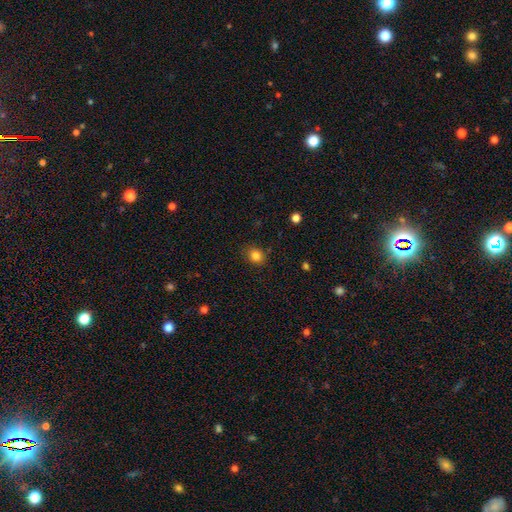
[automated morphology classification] The model was most divided on "how rounded": round: 64%, in between: 35%, cigar-shaped: 1%. More confident: merging — none (86%); smooth or featured — smooth (83%).